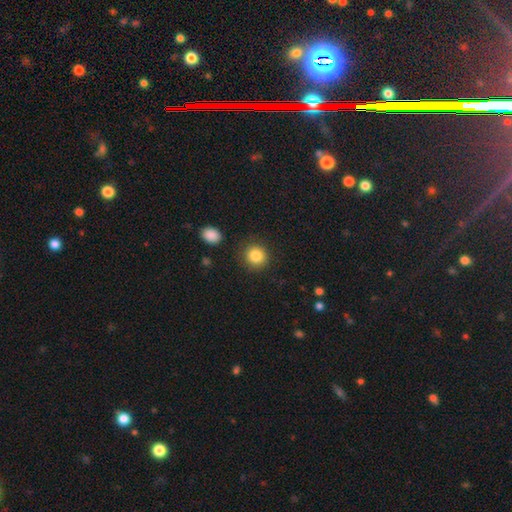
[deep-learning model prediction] Smooth or featured: smooth — 84% (star or artifact — 10%)
How rounded: round — 91% (in between — 8%)
Merging: none — 87% (minor disturbance — 8%)